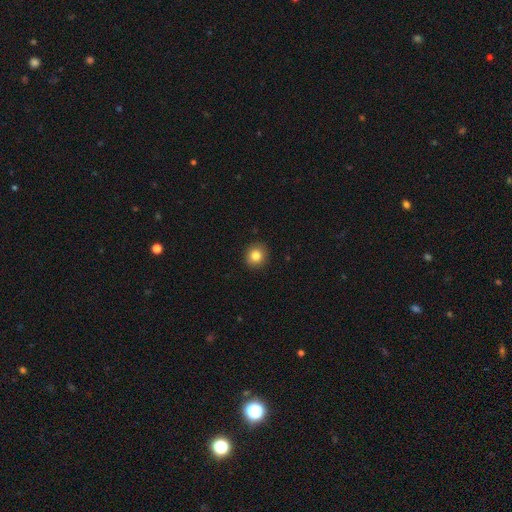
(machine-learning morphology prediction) This is clearly a smooth galaxy (83%). How rounded: clearly round (88%). Merging: clearly none (91%).